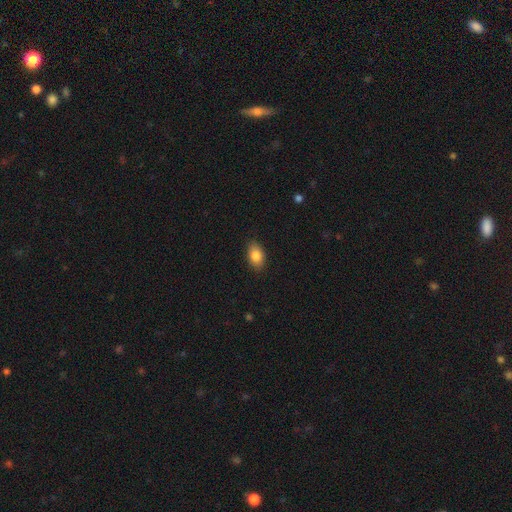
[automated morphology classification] The model was most divided on "merging": none: 86%, minor disturbance: 11%, major disturbance: 2%, merger: 1%. More confident: how rounded — in between (88%); smooth or featured — smooth (86%).